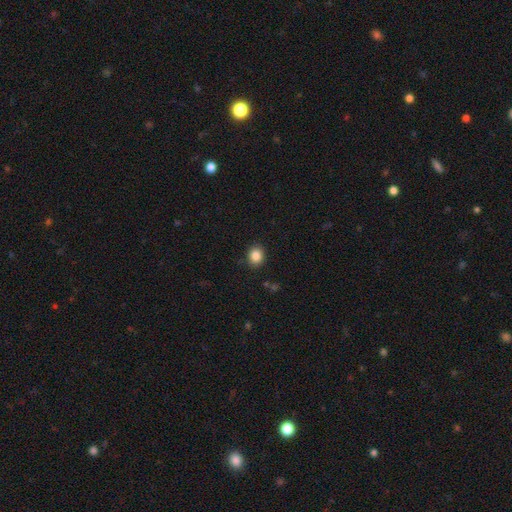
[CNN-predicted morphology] This appears to be a smooth galaxy with no disk features (86%) that is round (68%). Merging: none (89%).